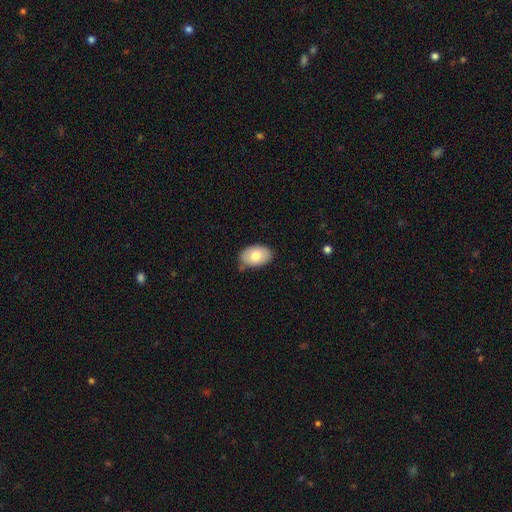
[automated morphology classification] Overall: smooth (77%). How rounded: in between (90%). Merging: none (79%).